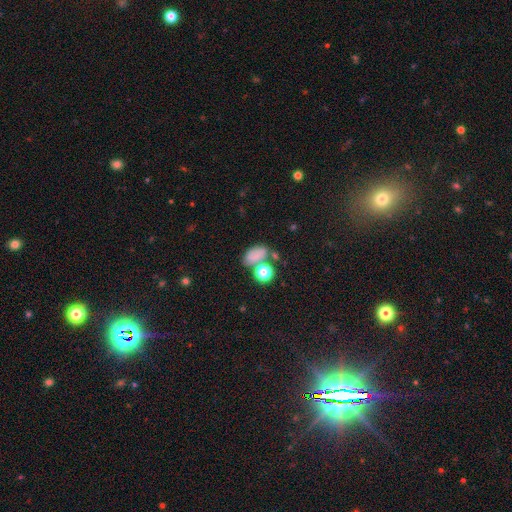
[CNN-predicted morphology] Smooth or featured: smooth — 76% (star or artifact — 15%)
How rounded: in between — 80% (round — 18%)
Merging: none — 52% (merger — 24%)